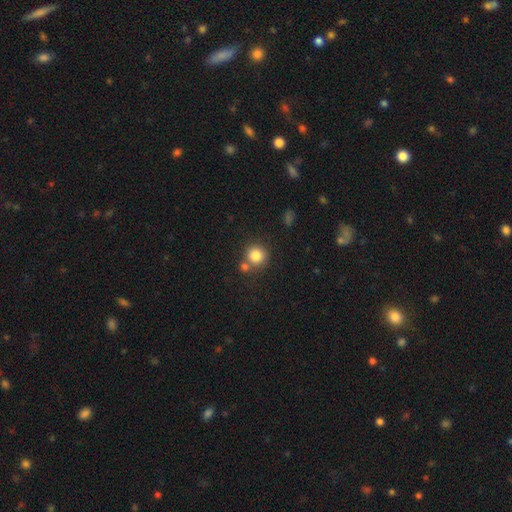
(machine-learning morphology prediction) This is clearly a smooth galaxy (83%). How rounded: clearly round (91%). Merging: likely none (65%).